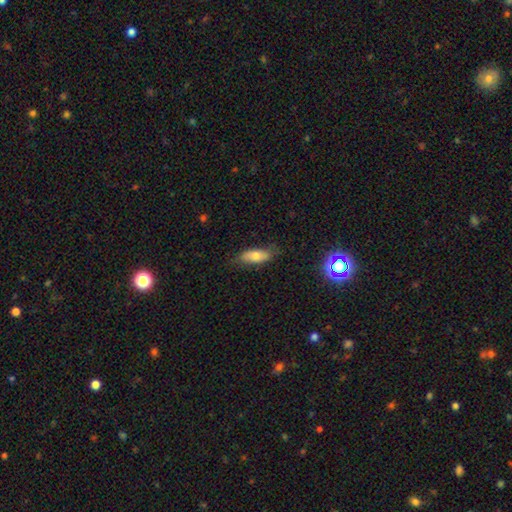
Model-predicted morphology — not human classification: This is likely a smooth galaxy (67%). How rounded: likely in between (73%). Merging: likely none (75%).